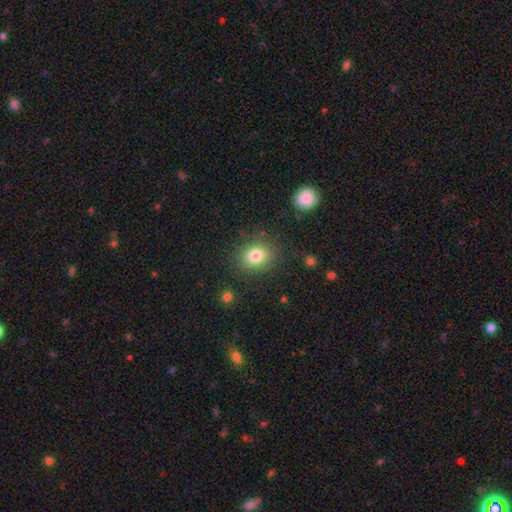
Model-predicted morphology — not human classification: Overall: smooth (81%). How rounded: round (60%; in between 39%). Merging: none (83%).